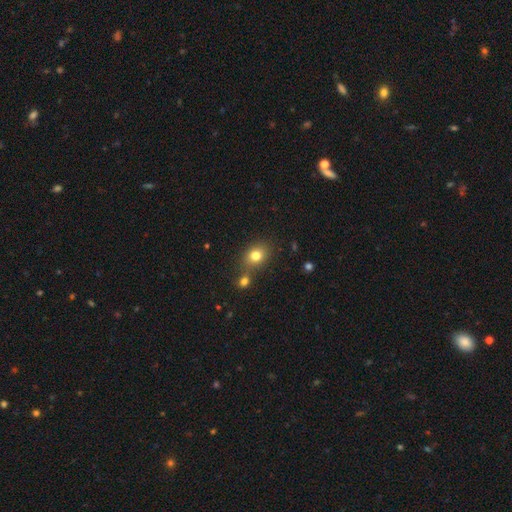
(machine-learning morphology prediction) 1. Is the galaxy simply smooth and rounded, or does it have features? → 78% smooth, 13% star or artifact, 9% featured or disk.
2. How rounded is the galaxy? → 53% round, 46% in between, 1% cigar-shaped.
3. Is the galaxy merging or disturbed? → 67% none, 18% merger, 12% minor disturbance, 4% major disturbance.